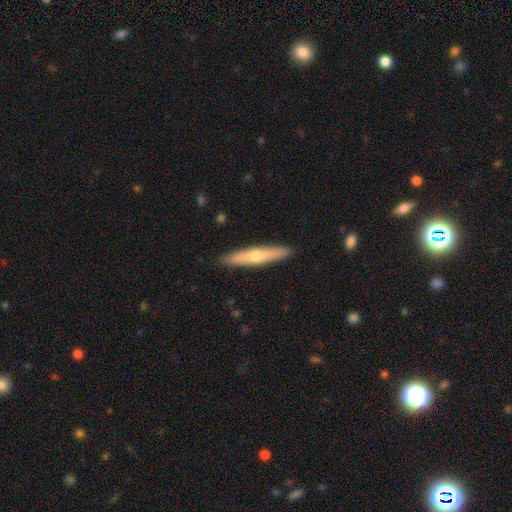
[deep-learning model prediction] Smooth or featured: featured or disk — 49% (smooth — 45%)
Merging: none — 91% (minor disturbance — 7%)